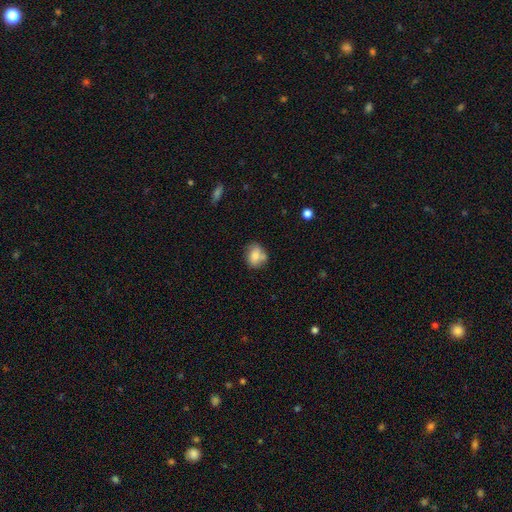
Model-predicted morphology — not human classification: smooth 77%, featured or disk 14%, star or artifact 9%. Down the decision tree: how rounded — round (56%); merging — none (59%).